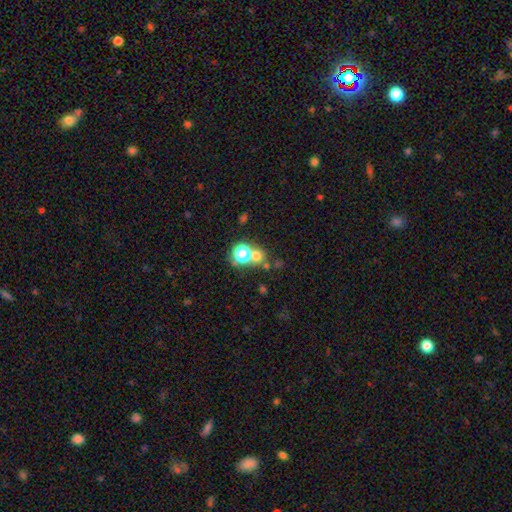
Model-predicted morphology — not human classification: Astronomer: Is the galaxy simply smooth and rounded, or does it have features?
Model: smooth — 61%.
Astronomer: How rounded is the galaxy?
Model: round — 86%.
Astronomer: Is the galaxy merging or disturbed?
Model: none — 54% (runner-up: merger, 35%).